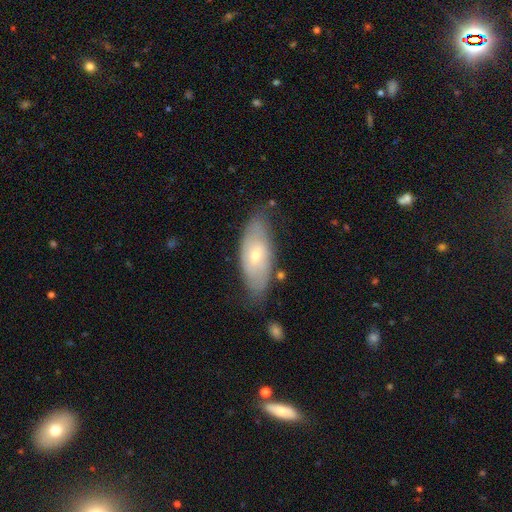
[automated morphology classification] A smooth galaxy with no disk features (48%). Merging: none (71%).